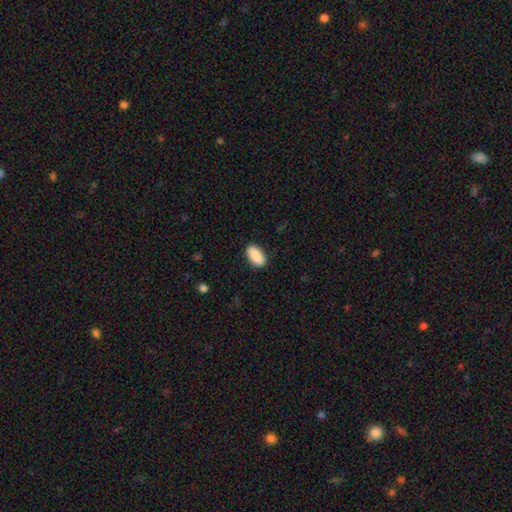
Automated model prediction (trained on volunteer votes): A smooth galaxy with no disk features (90%) that is in between round and cigar-shaped (91%).

Vote fractions:
- Smooth or featured? smooth: 90% / star or artifact: 6% / featured or disk: 4%
- How rounded? in between: 91% / cigar-shaped: 6% / round: 3%
- Merging? none: 88% / minor disturbance: 9% / major disturbance: 2% / merger: 1%